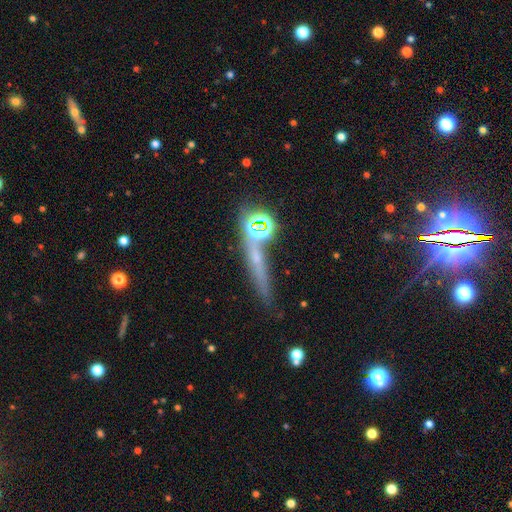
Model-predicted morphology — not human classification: smooth_or_featured: smooth (p=0.37) [alt: star or artifact p=0.32]
merging: none (p=0.66) [alt: minor disturbance p=0.14]